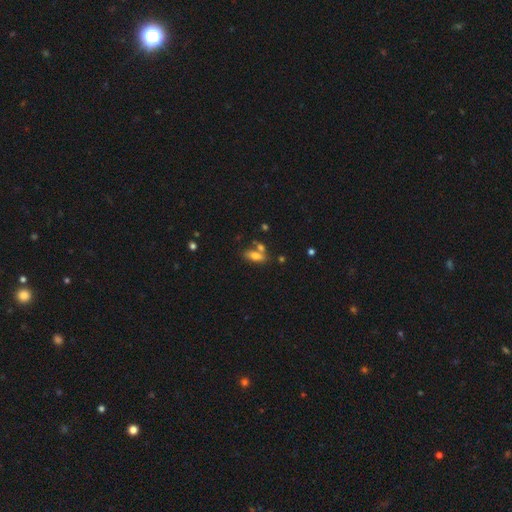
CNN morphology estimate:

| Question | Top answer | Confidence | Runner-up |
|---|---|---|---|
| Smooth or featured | smooth | 72% | featured or disk (19%) |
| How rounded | in between | 77% | cigar-shaped (19%) |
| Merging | none | 59% | merger (23%) |